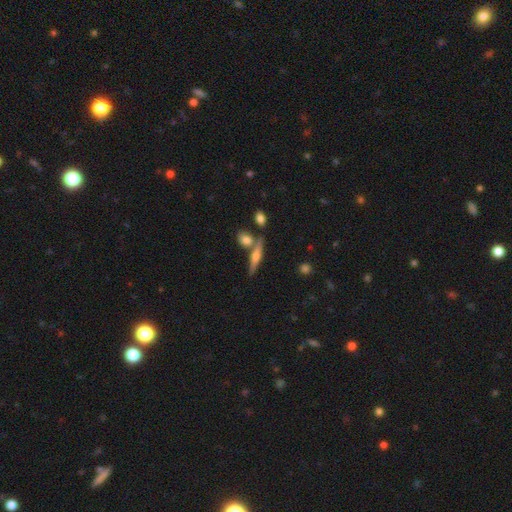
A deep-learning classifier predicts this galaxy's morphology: smooth_or_featured: featured or disk (p=0.55) [alt: smooth p=0.38]
disk_edge_on: yes (p=0.94) [alt: no p=0.06]
edge_on_bulge: rounded (p=0.83) [alt: boxy p=0.09]
merging: none (p=0.70) [alt: merger p=0.17]